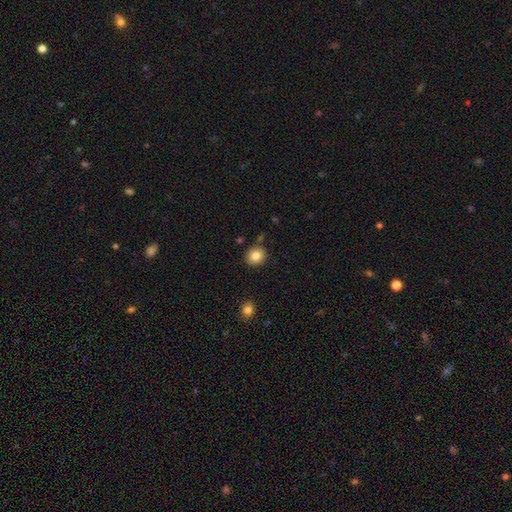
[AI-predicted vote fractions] A smooth galaxy with no disk features (83%) that is round (84%).

Vote fractions:
- Smooth or featured? smooth: 83% / star or artifact: 10% / featured or disk: 7%
- How rounded? round: 84% / in between: 15% / cigar-shaped: 1%
- Merging? none: 86% / minor disturbance: 8% / merger: 3% / major disturbance: 2%